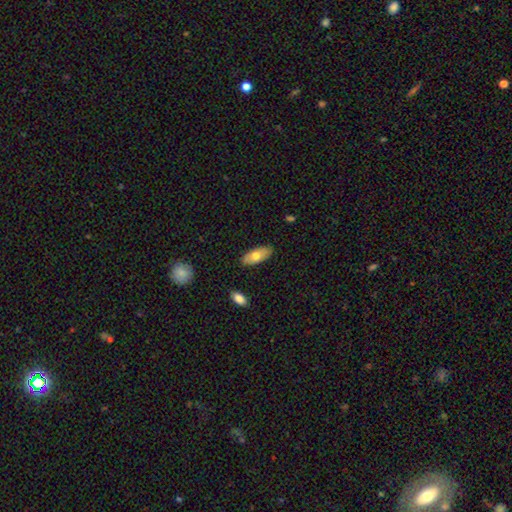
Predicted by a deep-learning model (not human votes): Smooth or featured? smooth (70%)
How rounded? in between (84%)
Merging? none (86%)